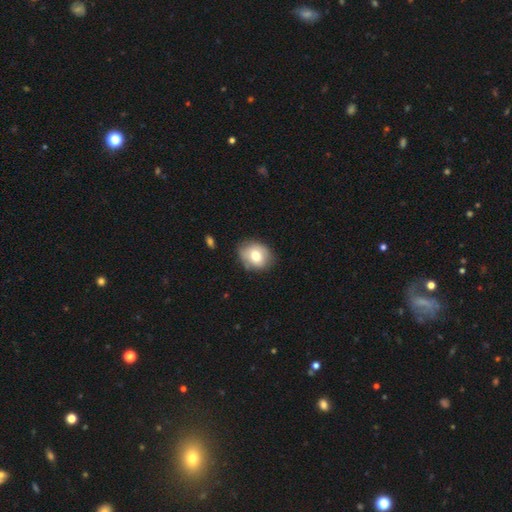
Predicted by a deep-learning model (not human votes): Smooth or featured? Predicted: smooth (p=0.73). How rounded? Predicted: round (p=0.50). Merging? Predicted: none (p=0.74).